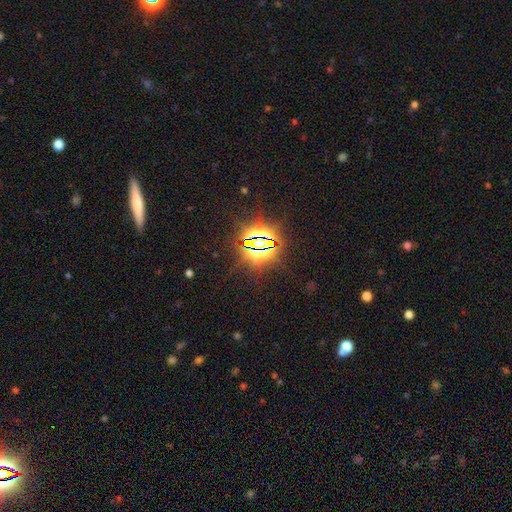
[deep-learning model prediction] smooth_or_featured: star or artifact (p=0.81) [alt: smooth p=0.11]